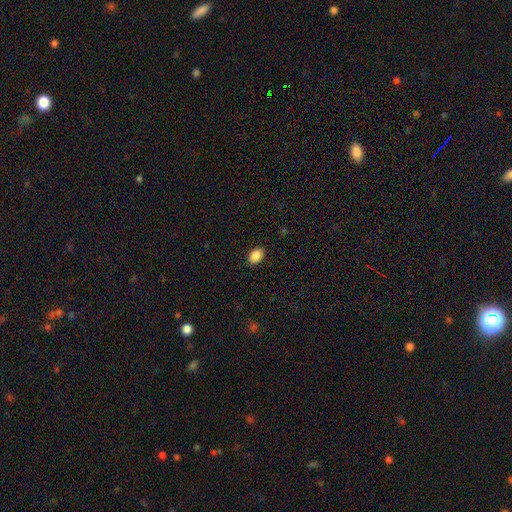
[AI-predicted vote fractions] Overall: smooth (88%). How rounded: in between (75%). Merging: none (88%).